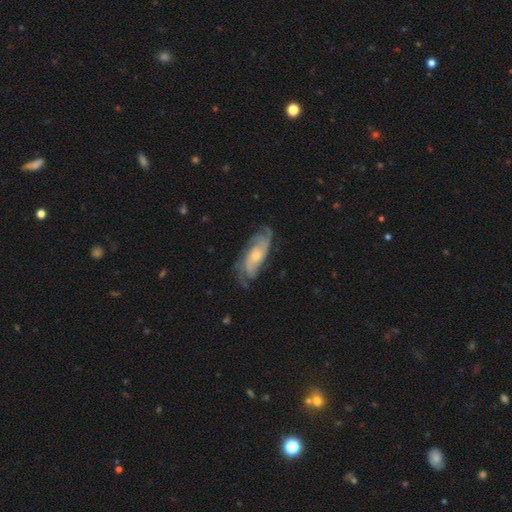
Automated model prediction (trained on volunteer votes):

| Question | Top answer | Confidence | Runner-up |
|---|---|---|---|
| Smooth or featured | featured or disk | 82% | smooth (13%) |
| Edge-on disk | no | 91% | yes (9%) |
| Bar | no | 72% | weak (23%) |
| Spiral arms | yes | 95% | no (5%) |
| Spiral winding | tight | 48% | medium (38%) |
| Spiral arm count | can't tell | 28% | 3 (23%) |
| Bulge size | small | 50% | moderate (44%) |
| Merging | none | 70% | minor disturbance (20%) |